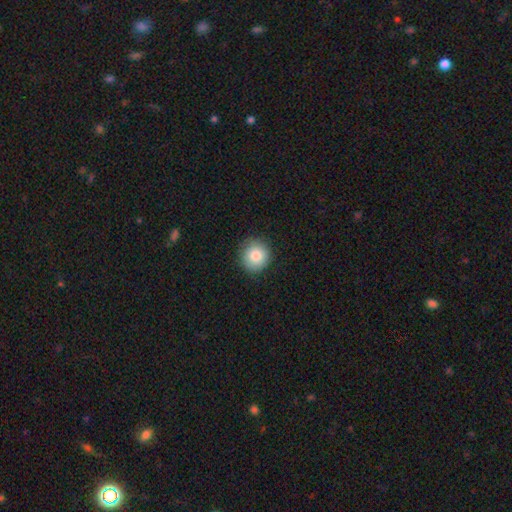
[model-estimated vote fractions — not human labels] This appears to be a smooth galaxy with no disk features (83%) that is round (91%). Merging: none (88%).